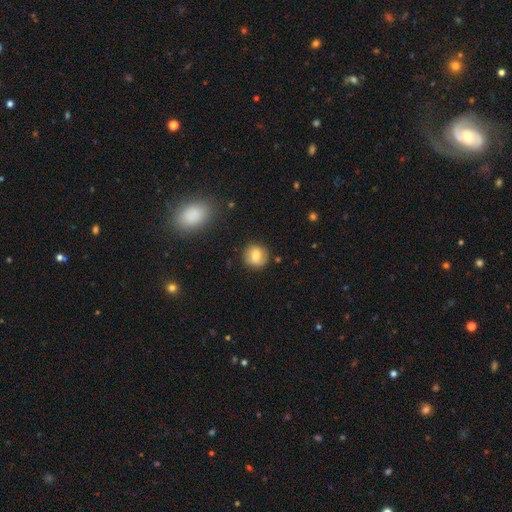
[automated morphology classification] Smooth or featured?
  - smooth: 72% *
  - featured or disk: 19%
  - star or artifact: 9%
How rounded?
  - round: 85% *
  - in between: 14%
  - cigar-shaped: 1%
Merging?
  - none: 83% *
  - minor disturbance: 12%
  - major disturbance: 3%
  - merger: 2%